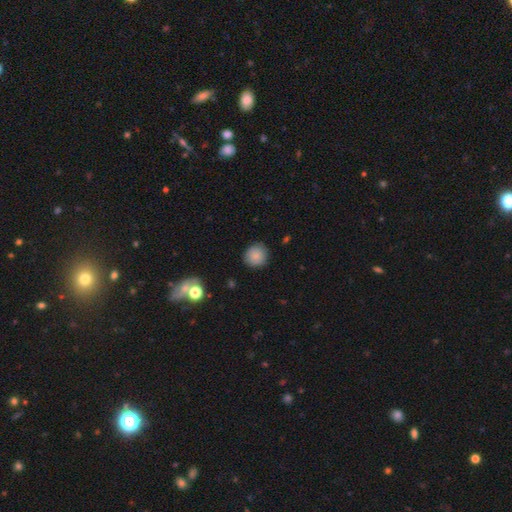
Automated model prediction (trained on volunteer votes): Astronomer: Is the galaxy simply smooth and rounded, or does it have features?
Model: smooth — 85%.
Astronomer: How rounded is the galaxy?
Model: round — 90%.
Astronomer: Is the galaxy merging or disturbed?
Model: none — 86%.